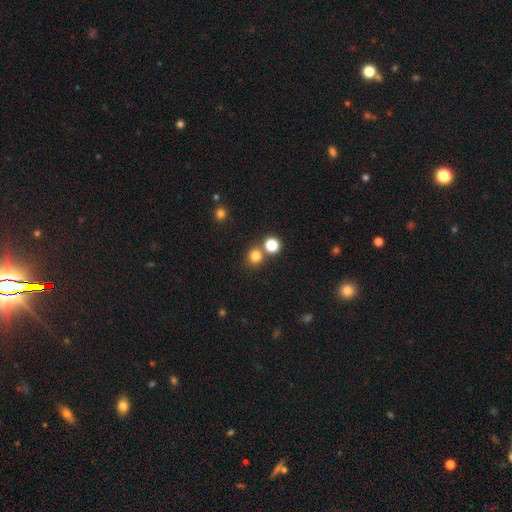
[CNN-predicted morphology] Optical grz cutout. It shows a smooth galaxy with no disk features (79%) that is round (90%). Merging: none (71%).